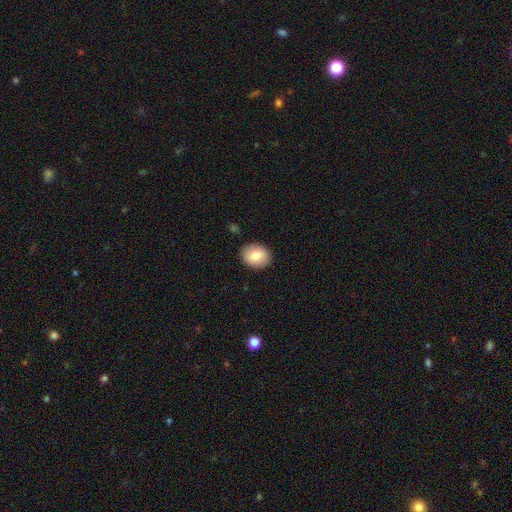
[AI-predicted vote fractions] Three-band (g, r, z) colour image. It shows a smooth galaxy with no disk features (77%) that is round (53%). Merging: none (89%).